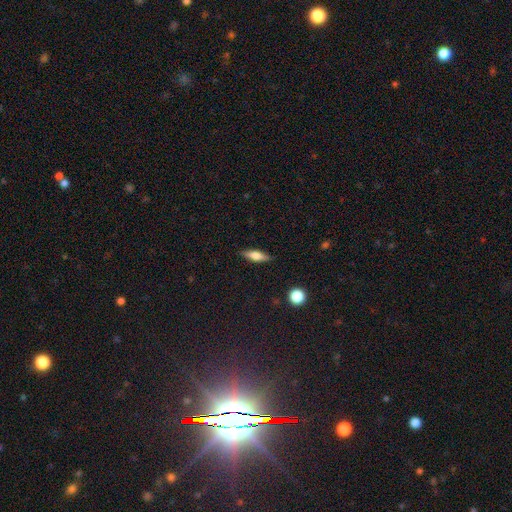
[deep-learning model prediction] The model was most divided on "how rounded": cigar-shaped: 50%, in between: 47%, round: 3%. More confident: merging — none (87%); smooth or featured — smooth (58%).